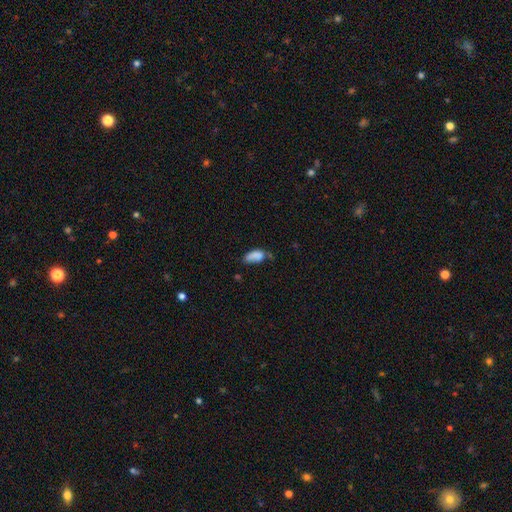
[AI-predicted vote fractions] smooth_or_featured: smooth (p=0.80) [alt: featured or disk p=0.10]
how_rounded: in between (p=0.88) [alt: cigar-shaped p=0.09]
merging: none (p=0.37) [alt: minor disturbance p=0.36]